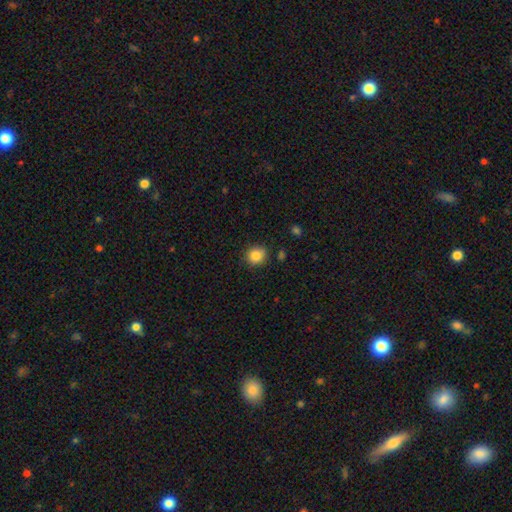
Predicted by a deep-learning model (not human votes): The model was most divided on "how rounded": round: 83%, in between: 16%, cigar-shaped: 1%. More confident: merging — none (85%); smooth or featured — smooth (85%).